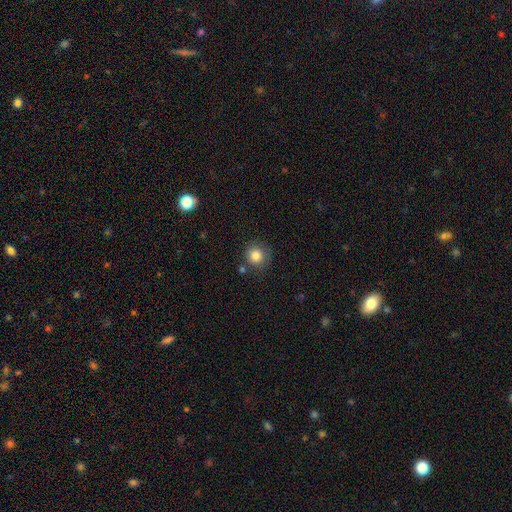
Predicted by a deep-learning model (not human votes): Overall: smooth (82%). How rounded: round (91%). Merging: none (75%).